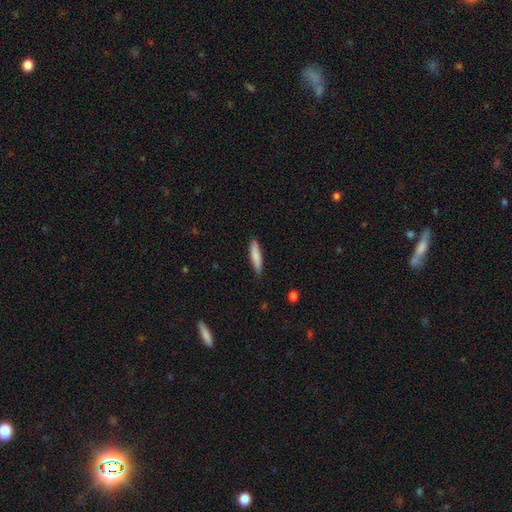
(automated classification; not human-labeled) A smooth galaxy with no disk features (81%) that is cigar-shaped (81%). Merging: none (86%).